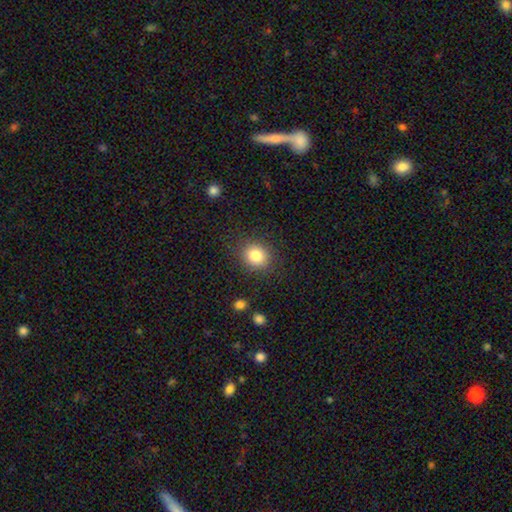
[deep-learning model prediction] Smooth or featured? smooth (83%)
How rounded? round (79%)
Merging? none (87%)